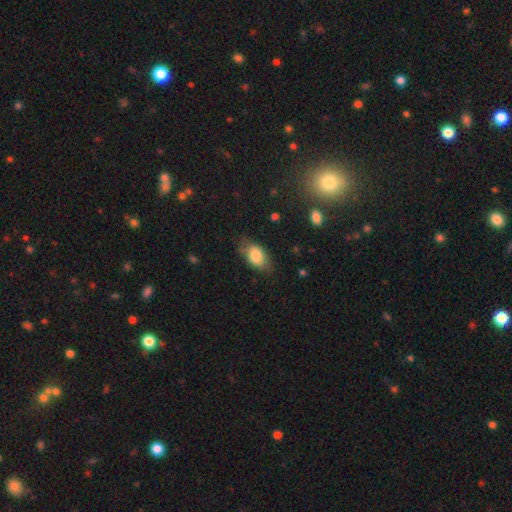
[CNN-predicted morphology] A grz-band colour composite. It shows a smooth galaxy with no disk features (78%) that is in between round and cigar-shaped (89%). Merging: none (71%).